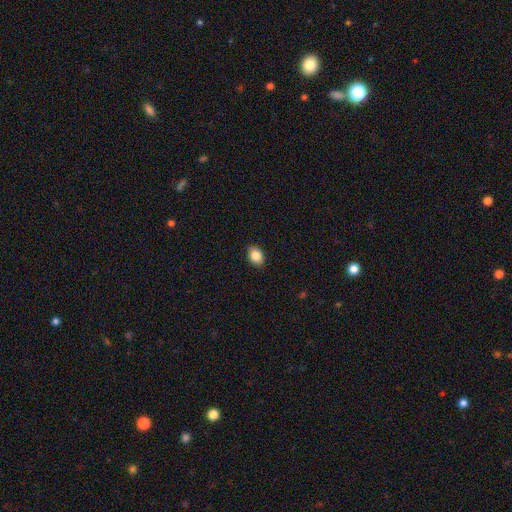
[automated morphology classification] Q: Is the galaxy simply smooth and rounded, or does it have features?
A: smooth — 86%.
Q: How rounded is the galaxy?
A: in between — 72%.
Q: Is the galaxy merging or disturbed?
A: none — 87%.